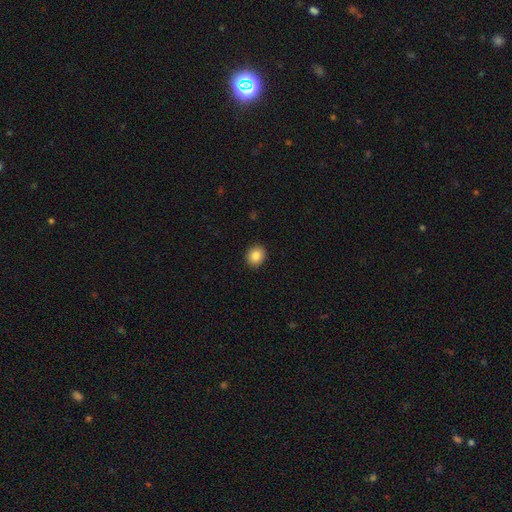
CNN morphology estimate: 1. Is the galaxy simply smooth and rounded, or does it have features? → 87% smooth, 9% star or artifact, 4% featured or disk.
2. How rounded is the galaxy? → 70% round, 29% in between, 1% cigar-shaped.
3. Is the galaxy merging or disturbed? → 91% none, 6% minor disturbance, 2% major disturbance, 1% merger.